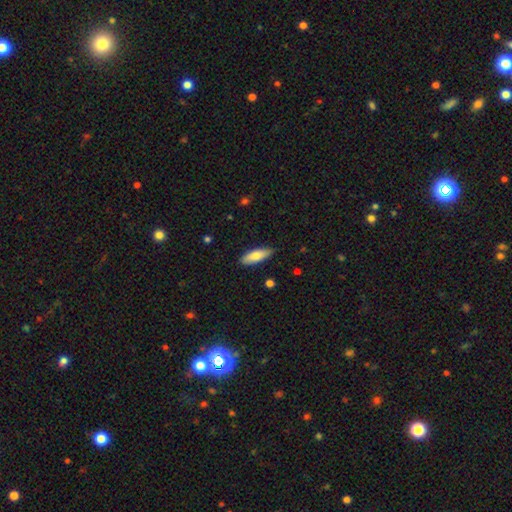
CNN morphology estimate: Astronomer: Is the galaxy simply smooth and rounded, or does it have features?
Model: smooth — 76%.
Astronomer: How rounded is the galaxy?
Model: in between — 61% (runner-up: cigar-shaped, 37%).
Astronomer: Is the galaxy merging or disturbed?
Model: none — 87%.